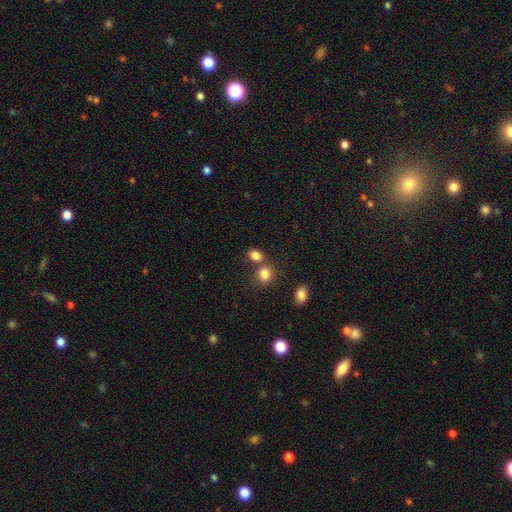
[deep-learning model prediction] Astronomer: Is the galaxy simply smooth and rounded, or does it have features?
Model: smooth — 83%.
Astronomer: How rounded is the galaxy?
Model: in between — 52% (runner-up: round, 47%).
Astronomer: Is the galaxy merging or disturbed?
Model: none — 57%.